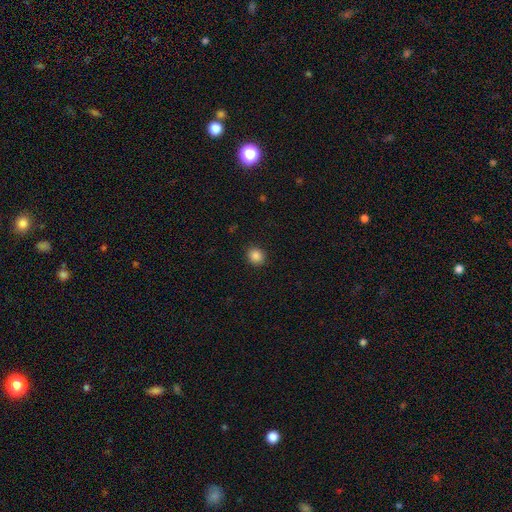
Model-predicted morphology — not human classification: Smooth or featured?
  - smooth: 86% *
  - star or artifact: 10%
  - featured or disk: 4%
How rounded?
  - round: 80% *
  - in between: 19%
  - cigar-shaped: 1%
Merging?
  - none: 91% *
  - minor disturbance: 6%
  - major disturbance: 2%
  - merger: 1%